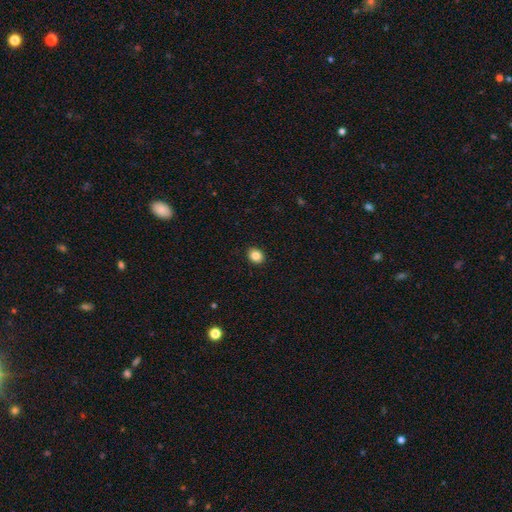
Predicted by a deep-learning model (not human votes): Smooth or featured: smooth — 85% (star or artifact — 10%)
How rounded: round — 61% (in between — 38%)
Merging: none — 92% (minor disturbance — 6%)